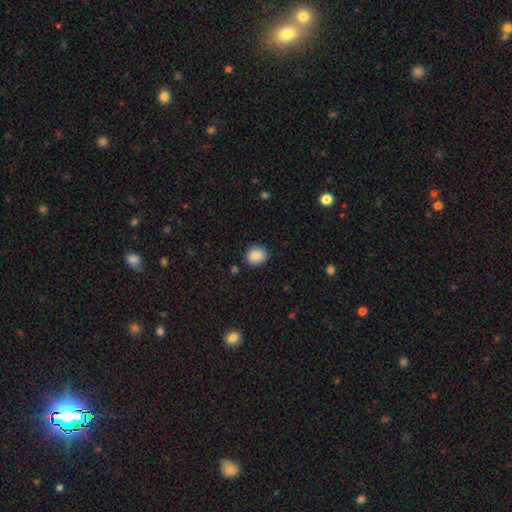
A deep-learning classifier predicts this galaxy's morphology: Smooth or featured? Predicted: smooth (p=0.88). How rounded? Predicted: round (p=0.78). Merging? Predicted: none (p=0.87).